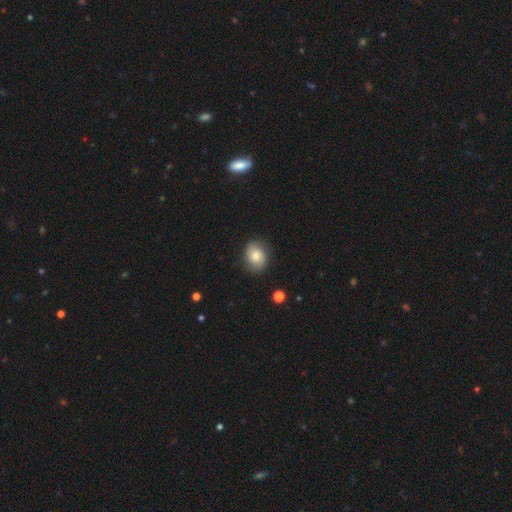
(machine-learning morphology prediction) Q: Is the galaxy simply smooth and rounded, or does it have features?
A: smooth — 65%.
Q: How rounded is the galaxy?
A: round — 54%.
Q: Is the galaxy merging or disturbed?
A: none — 82%.